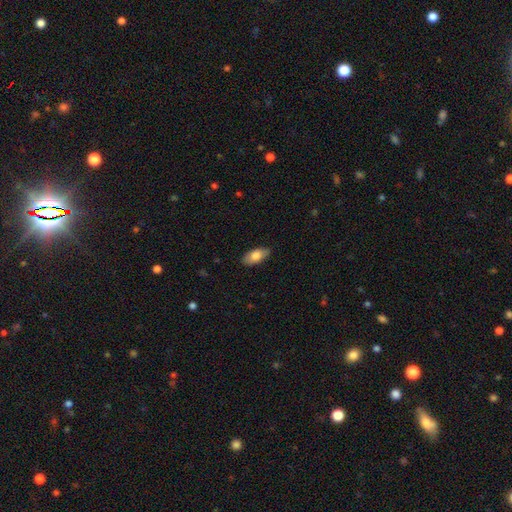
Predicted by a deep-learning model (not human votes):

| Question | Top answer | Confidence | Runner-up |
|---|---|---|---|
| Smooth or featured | smooth | 77% | featured or disk (17%) |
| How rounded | in between | 91% | cigar-shaped (6%) |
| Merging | none | 86% | minor disturbance (11%) |